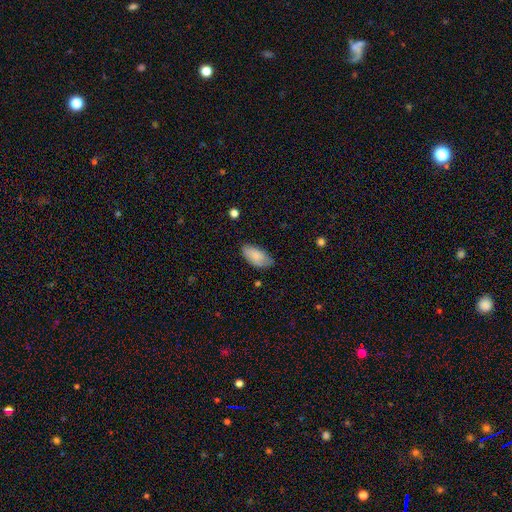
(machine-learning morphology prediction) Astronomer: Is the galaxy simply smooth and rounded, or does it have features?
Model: smooth — 84%.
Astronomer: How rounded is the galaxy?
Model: in between — 94%.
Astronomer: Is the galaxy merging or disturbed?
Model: none — 71%.